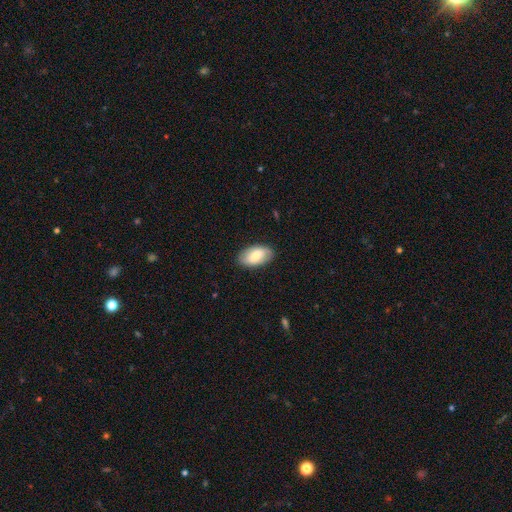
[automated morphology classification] A smooth galaxy with no disk features (73%) that is in between round and cigar-shaped (94%). Merging: none (86%).